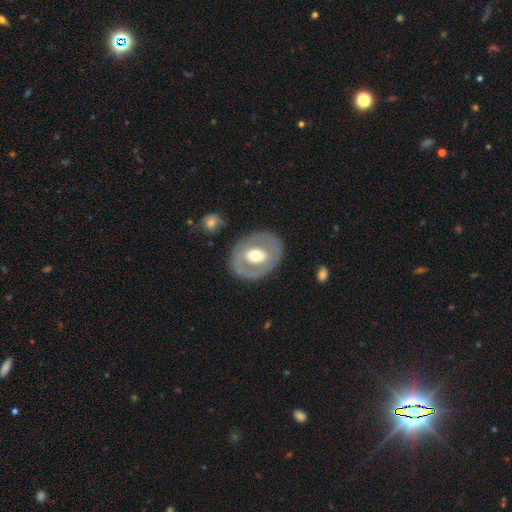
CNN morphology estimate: Smooth or featured? featured or disk (56%)
Edge-on disk? no (94%)
Bar? no (69%)
Spiral arms? no (85%)
Bulge size? moderate (62%)
Merging? none (80%)